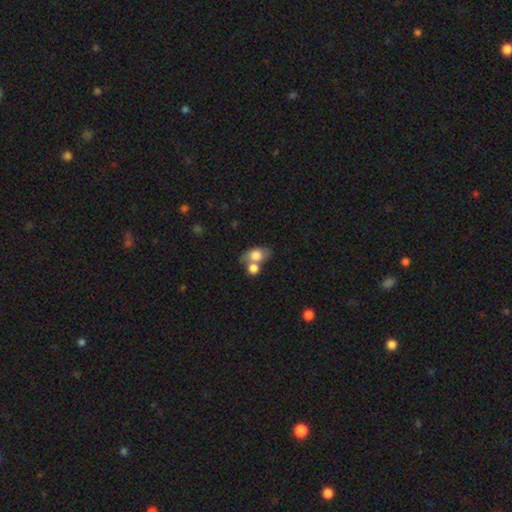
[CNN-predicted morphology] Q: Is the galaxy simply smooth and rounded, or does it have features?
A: smooth — 74%.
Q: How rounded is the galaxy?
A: in between — 72%.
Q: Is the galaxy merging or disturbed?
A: merger — 47%.